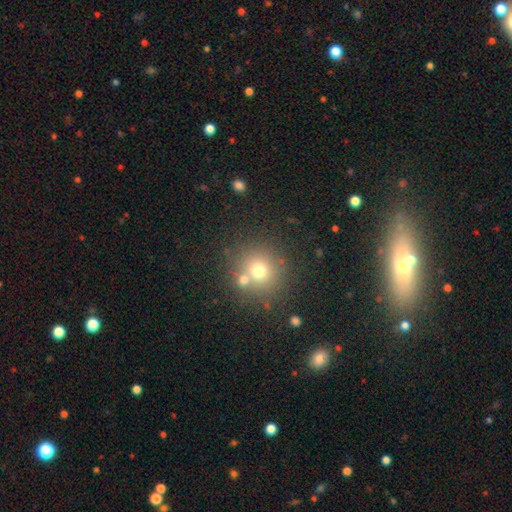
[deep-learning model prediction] The model was most divided on "smooth or featured": smooth: 56%, star or artifact: 30%, featured or disk: 14%. More confident: how rounded — round (88%); merging — none (71%).